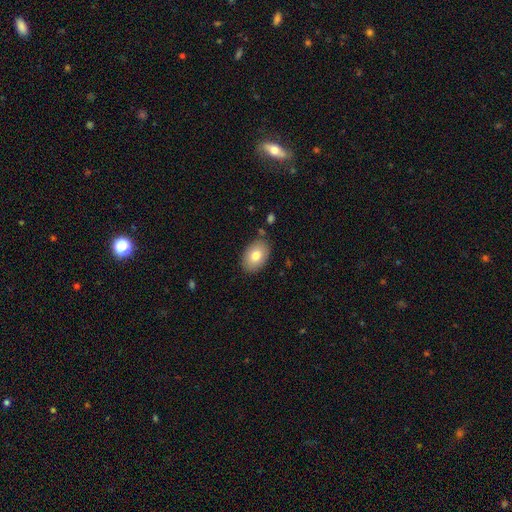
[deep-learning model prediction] This is likely a smooth galaxy (80%). How rounded: clearly in between (84%). Merging: clearly none (84%).